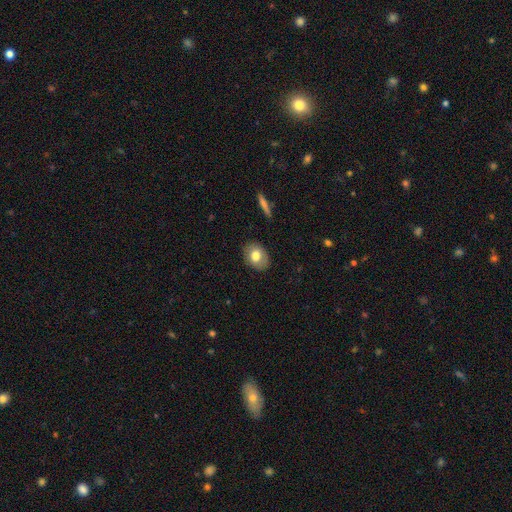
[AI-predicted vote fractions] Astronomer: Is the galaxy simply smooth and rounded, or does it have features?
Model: smooth — 74%.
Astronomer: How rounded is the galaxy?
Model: in between — 68%.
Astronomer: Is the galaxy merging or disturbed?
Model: none — 85%.